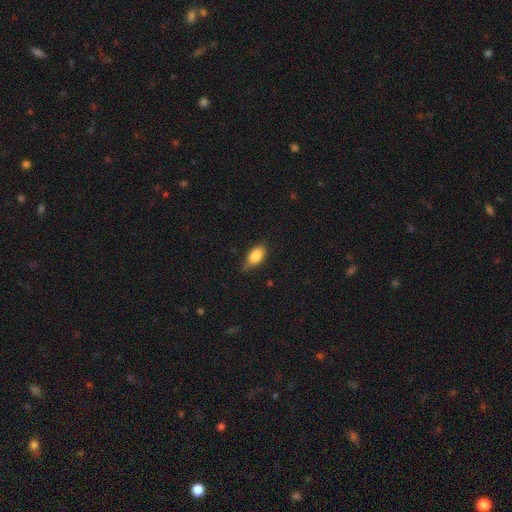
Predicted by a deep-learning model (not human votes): Morphology: type=smooth (83%); roundness=in between (88%); merging=none (66%).